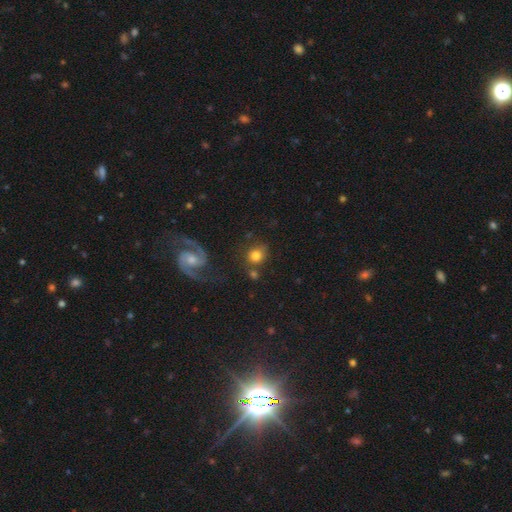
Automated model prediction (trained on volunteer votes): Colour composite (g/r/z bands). It shows a smooth galaxy with no disk features (73%) that is round (83%). Merging: none (68%).